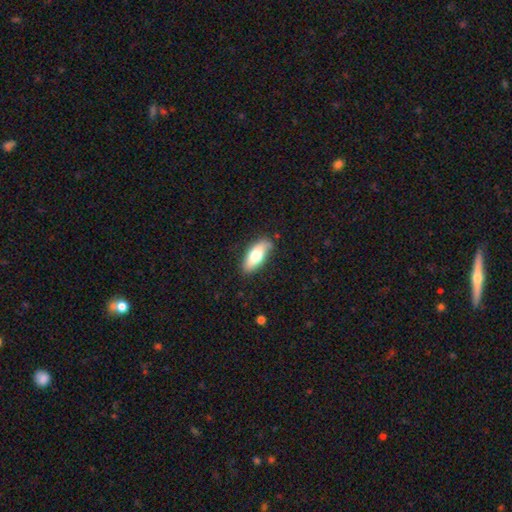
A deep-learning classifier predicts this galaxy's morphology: A smooth galaxy with no disk features (67%) that is in between round and cigar-shaped (79%). Merging: none (79%).